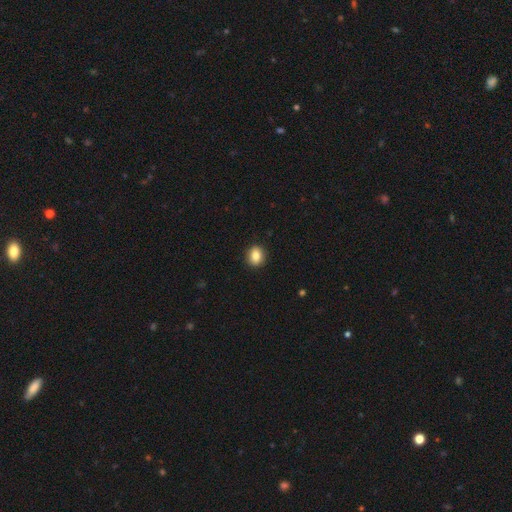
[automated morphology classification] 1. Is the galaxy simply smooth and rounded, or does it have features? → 84% smooth, 9% star or artifact, 7% featured or disk.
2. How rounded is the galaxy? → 56% round, 43% in between, 1% cigar-shaped.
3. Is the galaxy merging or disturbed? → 91% none, 7% minor disturbance, 2% major disturbance, 1% merger.